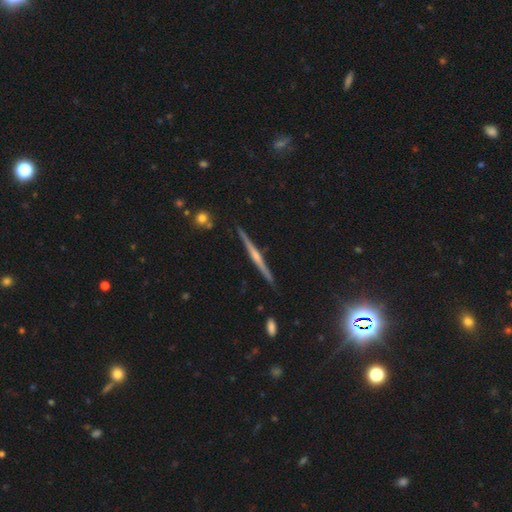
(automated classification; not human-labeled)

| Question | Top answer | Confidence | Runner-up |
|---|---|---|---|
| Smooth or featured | featured or disk | 78% | smooth (15%) |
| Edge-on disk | yes | 98% | no (2%) |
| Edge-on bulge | rounded | 69% | none (23%) |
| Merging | none | 90% | minor disturbance (7%) |